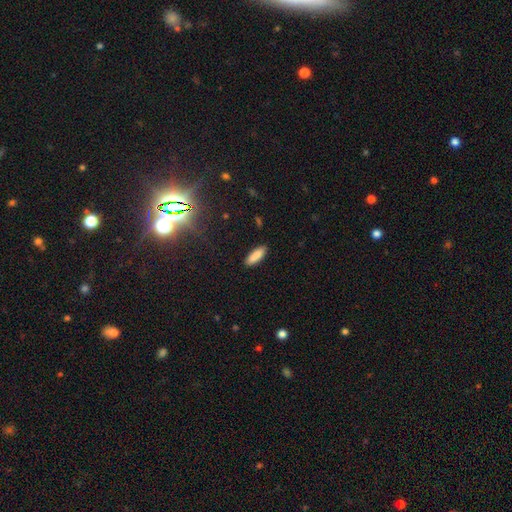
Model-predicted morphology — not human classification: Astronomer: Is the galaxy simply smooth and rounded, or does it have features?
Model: smooth — 87%.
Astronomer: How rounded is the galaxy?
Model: in between — 56% (runner-up: cigar-shaped, 42%).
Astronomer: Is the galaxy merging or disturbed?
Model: none — 89%.